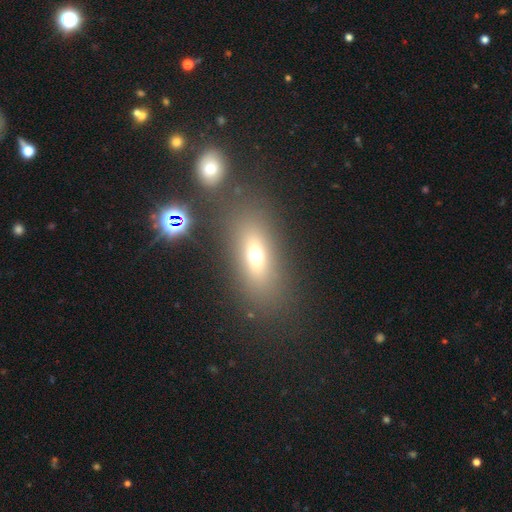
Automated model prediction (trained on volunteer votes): A smooth galaxy with no disk features (63%) that is in between round and cigar-shaped (70%). Merging: none (76%).